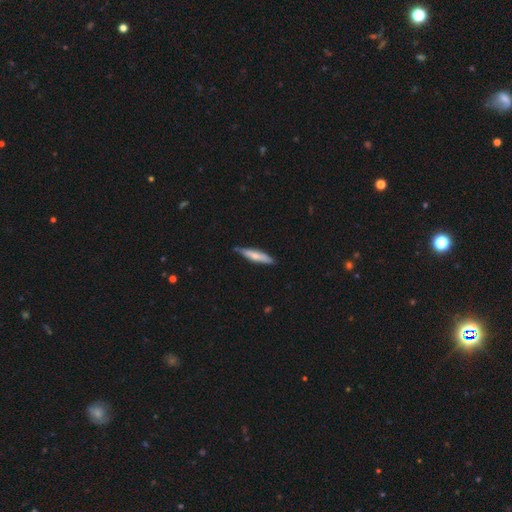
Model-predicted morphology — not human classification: Smooth or featured? Predicted: smooth (p=0.65). How rounded? Predicted: cigar-shaped (p=0.84). Merging? Predicted: none (p=0.78).